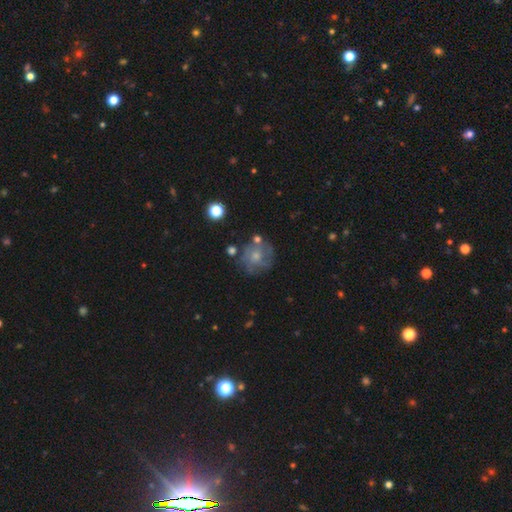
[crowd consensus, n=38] Q: Smooth or featured?
A: smooth (68%); runner-up: featured or disk (26%)
Q: How rounded?
A: round (100%)
Q: Merging?
A: none (47%); runner-up: major disturbance (22%)